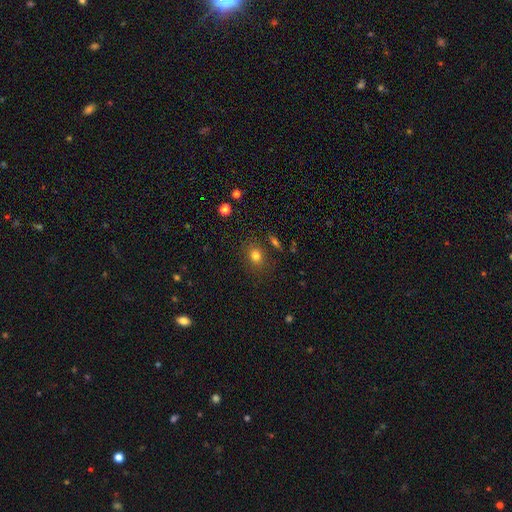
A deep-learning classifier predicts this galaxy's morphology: smooth_or_featured: smooth (p=0.79) [alt: star or artifact p=0.13]
how_rounded: round (p=0.51) [alt: in between p=0.47]
merging: none (p=0.82) [alt: minor disturbance p=0.11]